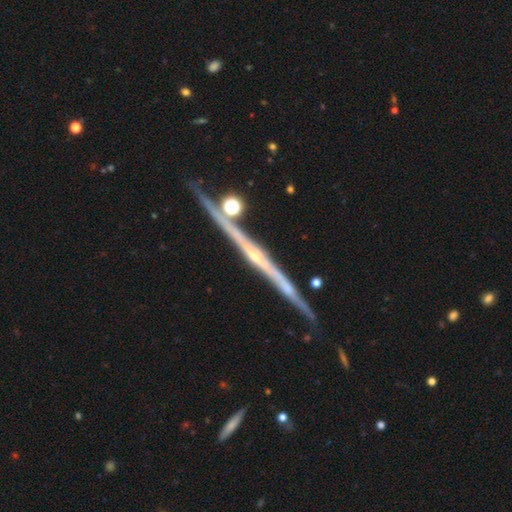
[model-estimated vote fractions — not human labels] Smooth or featured?
  - featured or disk: 86% *
  - smooth: 8%
  - star or artifact: 6%
Edge-on disk?
  - yes: 97% *
  - no: 3%
Edge-on bulge?
  - rounded: 57% *
  - none: 36%
  - boxy: 8%
Merging?
  - none: 80% *
  - minor disturbance: 12%
  - merger: 5%
  - major disturbance: 3%